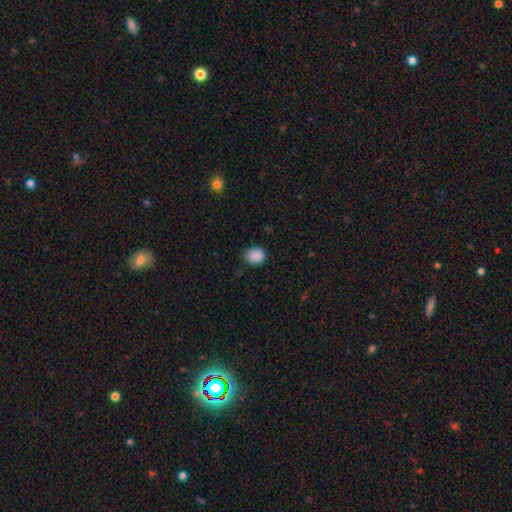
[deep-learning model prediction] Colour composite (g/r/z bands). It shows a smooth galaxy with no disk features (88%) that is round (59%). Merging: none (74%).